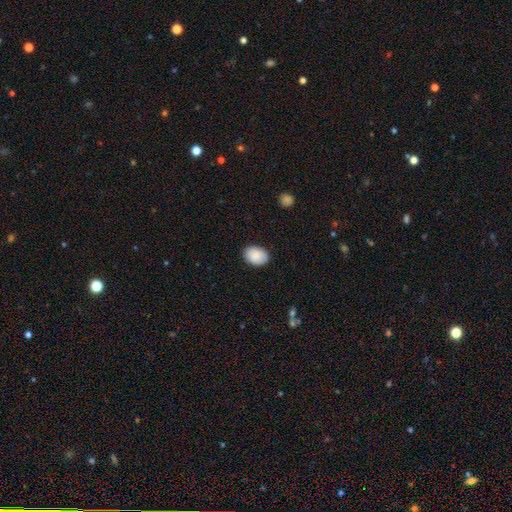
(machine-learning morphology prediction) This appears to be a smooth galaxy with no disk features (89%) that is in between round and cigar-shaped (77%). Merging: none (88%).